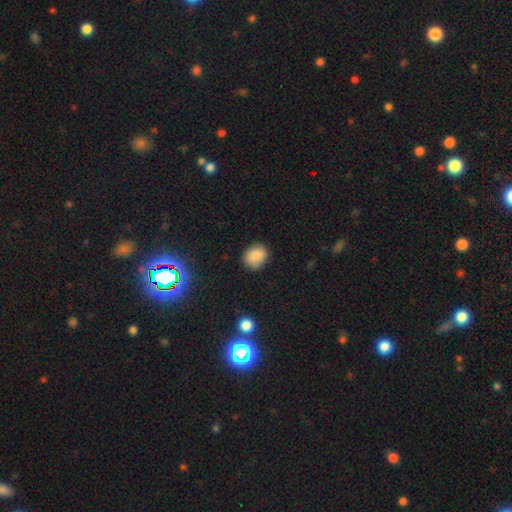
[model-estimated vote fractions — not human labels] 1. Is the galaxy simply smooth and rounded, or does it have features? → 86% smooth, 9% star or artifact, 5% featured or disk.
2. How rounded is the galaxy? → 58% round, 41% in between, 1% cigar-shaped.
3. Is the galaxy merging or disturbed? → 80% none, 16% minor disturbance, 3% major disturbance, 1% merger.